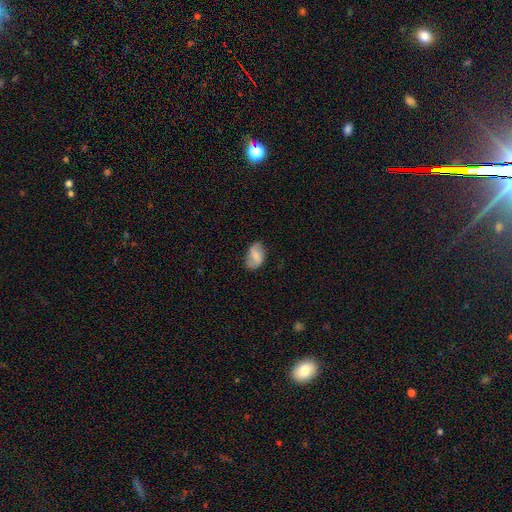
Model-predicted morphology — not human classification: smooth 60%, featured or disk 33%, star or artifact 8%. Down the decision tree: how rounded — in between (89%); merging — none (71%).